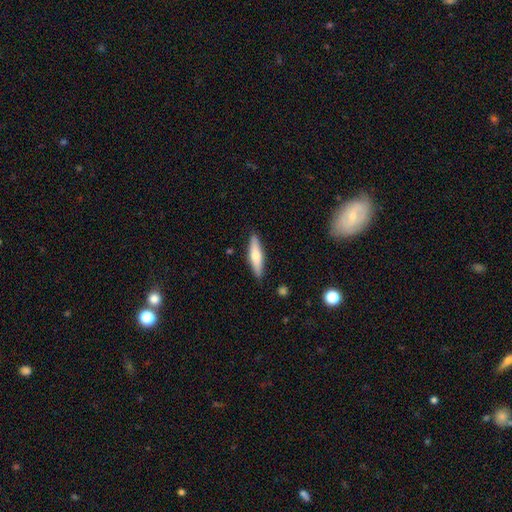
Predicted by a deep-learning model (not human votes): A smooth galaxy with no disk features (58%) that is cigar-shaped (72%). Merging: none (87%).